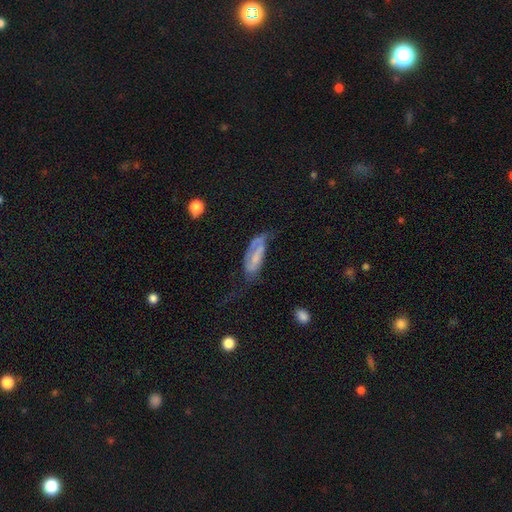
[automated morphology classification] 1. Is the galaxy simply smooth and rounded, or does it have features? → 56% featured or disk, 35% smooth, 9% star or artifact.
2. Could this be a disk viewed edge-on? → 85% no, 15% yes.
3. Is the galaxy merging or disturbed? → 36% major disturbance, 34% none, 26% minor disturbance, 4% merger.